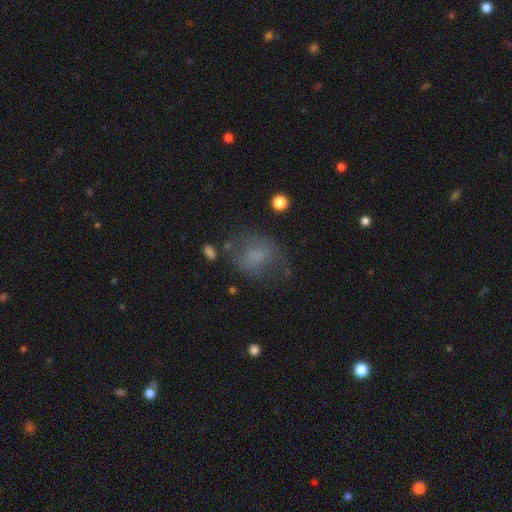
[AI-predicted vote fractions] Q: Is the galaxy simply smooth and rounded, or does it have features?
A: smooth — 60%.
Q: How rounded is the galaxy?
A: in between — 55%.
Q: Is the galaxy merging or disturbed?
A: none — 58%.